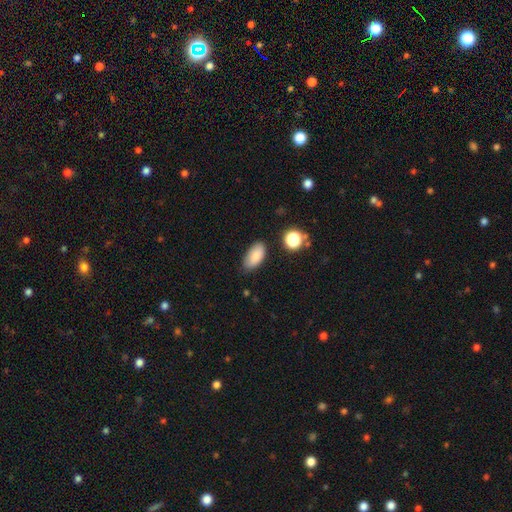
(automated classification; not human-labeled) Smooth or featured? Predicted: smooth (p=0.85). How rounded? Predicted: in between (p=0.92). Merging? Predicted: none (p=0.77).